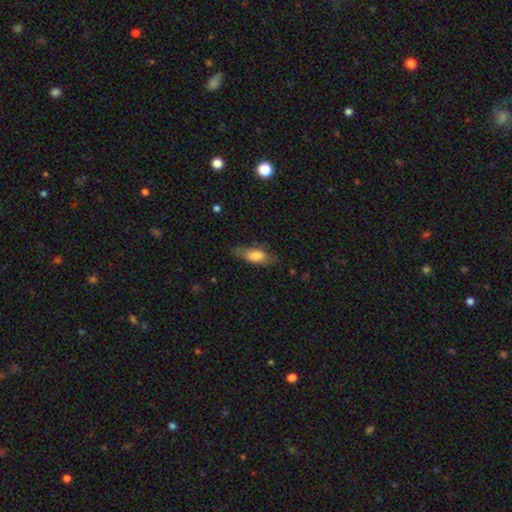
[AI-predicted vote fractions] Smooth or featured? smooth (69%)
How rounded? in between (72%)
Merging? none (64%)